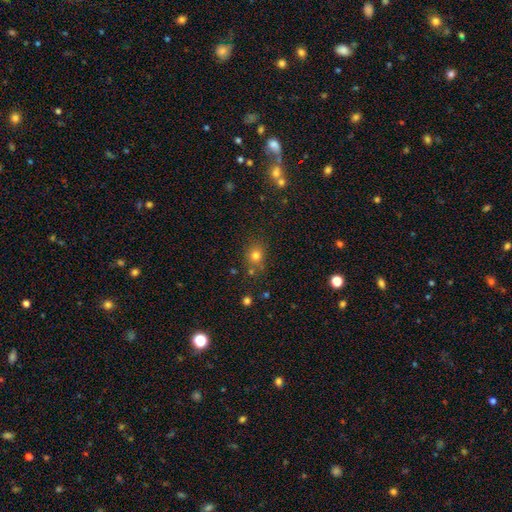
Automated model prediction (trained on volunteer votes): Q: Smooth or featured?
A: smooth (76%); runner-up: star or artifact (16%)
Q: How rounded?
A: round (71%); runner-up: in between (28%)
Q: Merging?
A: none (73%); runner-up: minor disturbance (14%)